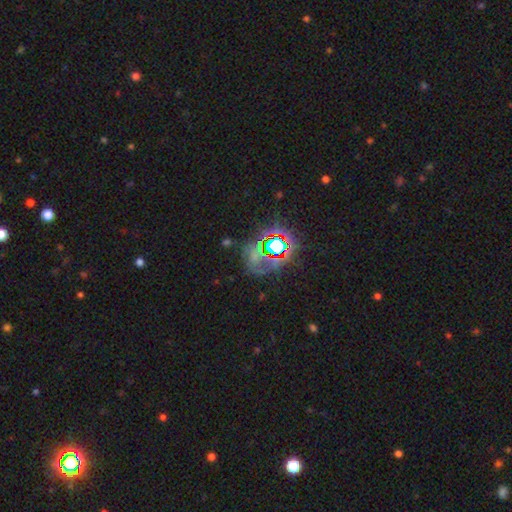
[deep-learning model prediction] Q: Smooth or featured?
A: star or artifact (59%); runner-up: smooth (22%)